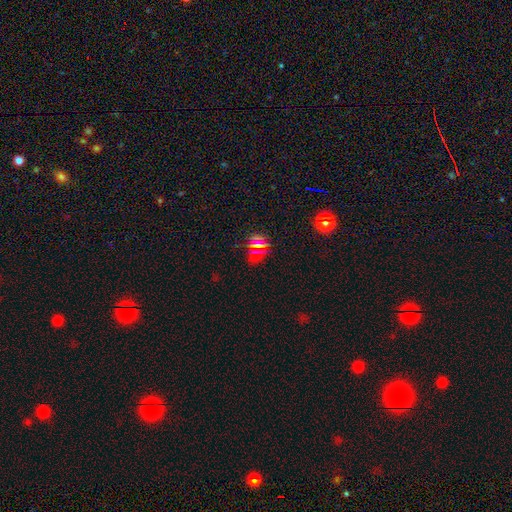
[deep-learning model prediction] smooth_or_featured: star or artifact (p=0.47) [alt: smooth p=0.44]